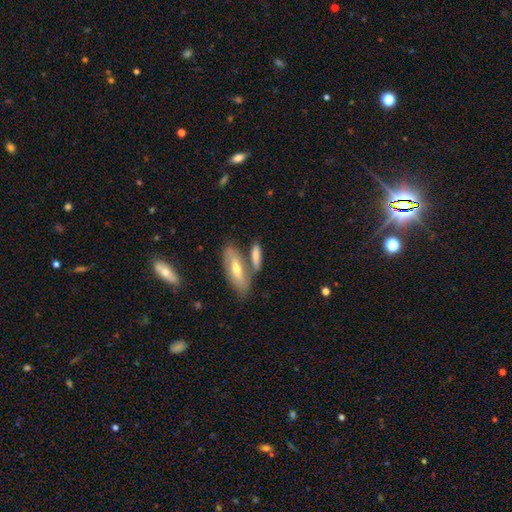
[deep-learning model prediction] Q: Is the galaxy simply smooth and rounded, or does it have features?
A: smooth — 64%.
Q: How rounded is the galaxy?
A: cigar-shaped — 49%.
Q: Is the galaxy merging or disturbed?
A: none — 52%.